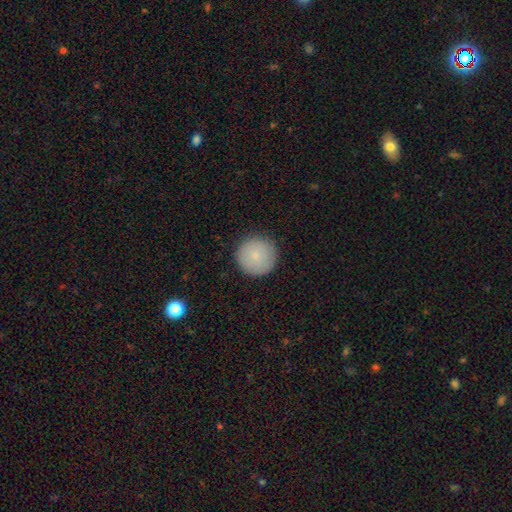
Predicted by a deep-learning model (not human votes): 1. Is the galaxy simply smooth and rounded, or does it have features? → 85% smooth, 7% featured or disk, 7% star or artifact.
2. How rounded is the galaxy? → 96% round, 3% in between, 1% cigar-shaped.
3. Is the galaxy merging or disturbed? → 91% none, 6% minor disturbance, 2% major disturbance, 1% merger.